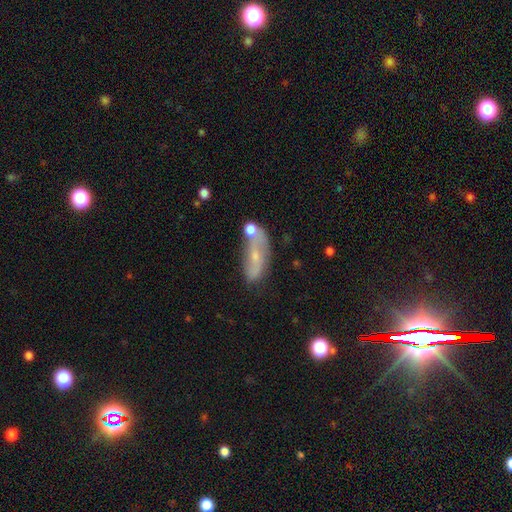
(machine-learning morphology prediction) Smooth or featured: featured or disk — 51% (smooth — 37%)
Edge-on disk: no — 84% (yes — 16%)
Merging: none — 46% (minor disturbance — 23%)